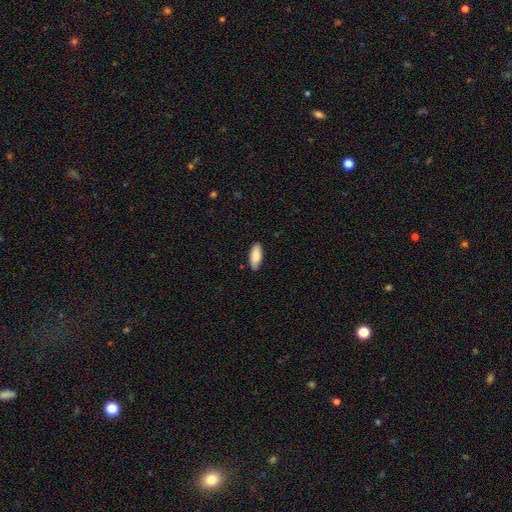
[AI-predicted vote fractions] Smooth or featured: smooth — 88% (featured or disk — 6%)
How rounded: in between — 85% (cigar-shaped — 14%)
Merging: none — 85% (minor disturbance — 12%)